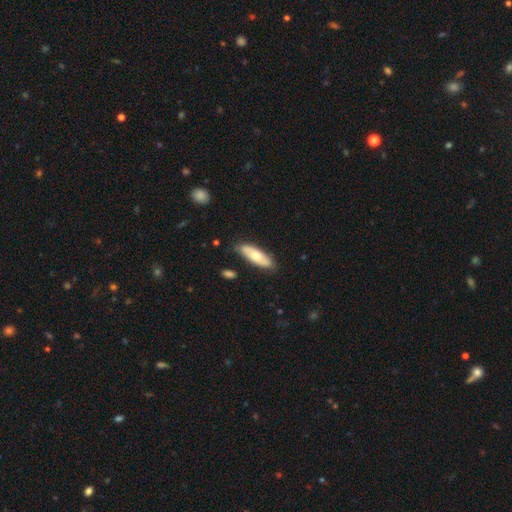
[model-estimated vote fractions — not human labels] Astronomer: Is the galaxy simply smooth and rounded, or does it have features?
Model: smooth — 62%.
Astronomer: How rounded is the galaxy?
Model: in between — 60% (runner-up: cigar-shaped, 37%).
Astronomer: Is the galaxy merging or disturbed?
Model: none — 80%.